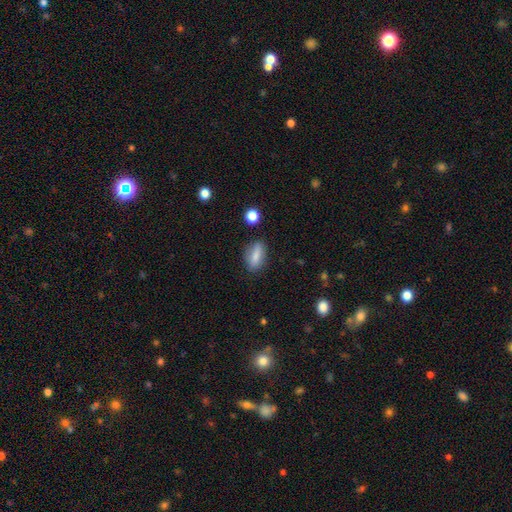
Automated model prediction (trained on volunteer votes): Smooth or featured: smooth — 77% (featured or disk — 15%)
How rounded: in between — 71% (cigar-shaped — 22%)
Merging: none — 78% (minor disturbance — 15%)